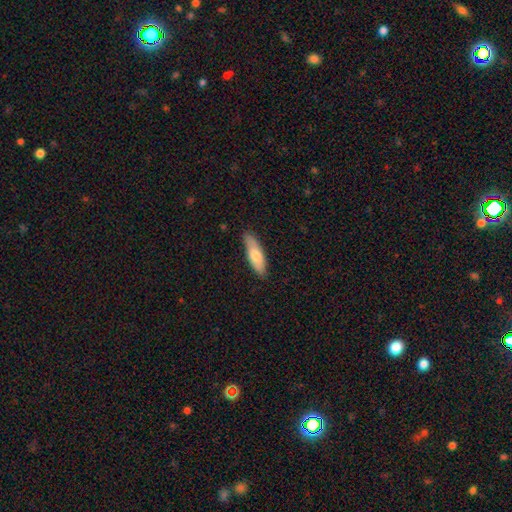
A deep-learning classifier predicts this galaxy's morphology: Overall: smooth (74%). How rounded: in between (52%; cigar-shaped 46%). Merging: none (84%).